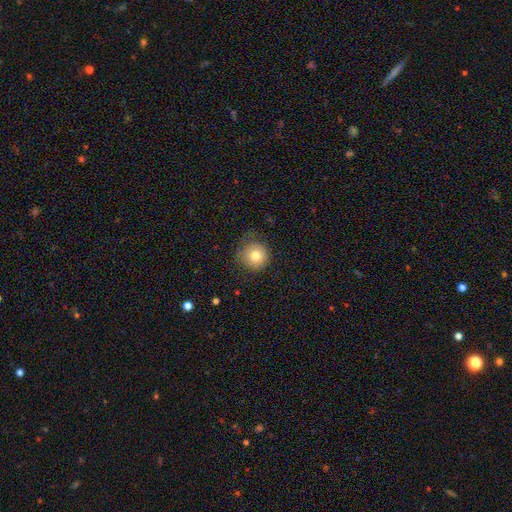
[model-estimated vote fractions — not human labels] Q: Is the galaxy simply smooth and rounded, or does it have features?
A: smooth — 77%.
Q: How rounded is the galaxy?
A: round — 93%.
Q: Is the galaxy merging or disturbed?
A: none — 68%.